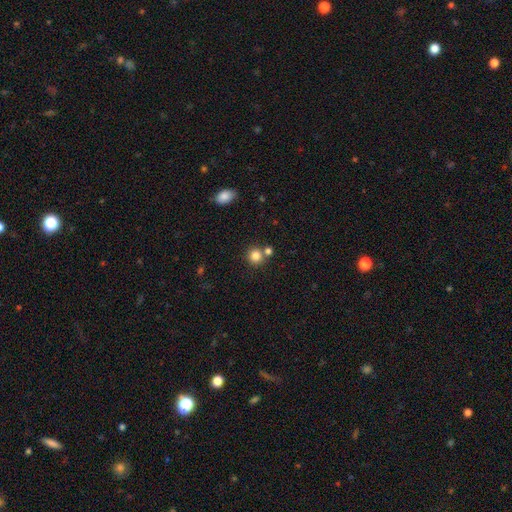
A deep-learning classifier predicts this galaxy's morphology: type=smooth (82%); roundness=round (91%); merging=none (68%).